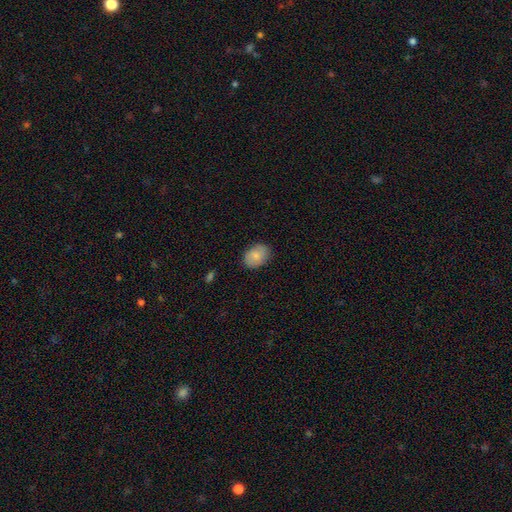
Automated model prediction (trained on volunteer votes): A smooth galaxy with no disk features (81%) that is in between round and cigar-shaped (72%).

Vote fractions:
- Smooth or featured? smooth: 81% / featured or disk: 12% / star or artifact: 7%
- How rounded? in between: 72% / round: 27% / cigar-shaped: 1%
- Merging? none: 85% / minor disturbance: 11% / major disturbance: 2% / merger: 1%